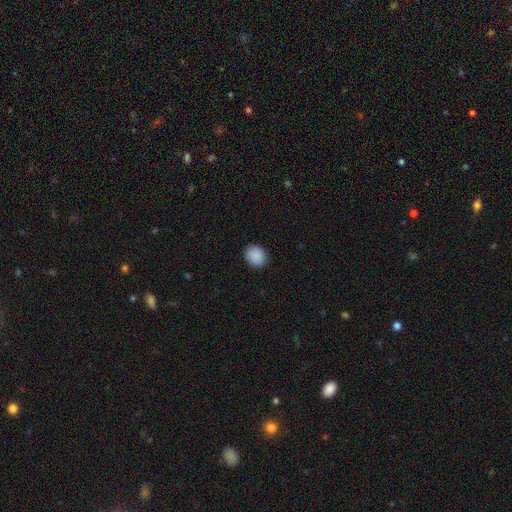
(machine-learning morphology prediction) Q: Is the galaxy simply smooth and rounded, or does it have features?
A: smooth — 89%.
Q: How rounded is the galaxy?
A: round — 69%.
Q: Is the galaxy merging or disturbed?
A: none — 88%.